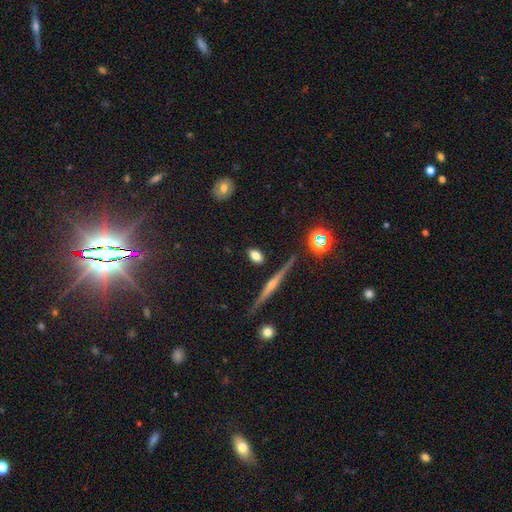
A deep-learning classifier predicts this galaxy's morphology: Smooth or featured? Predicted: smooth (p=0.74). How rounded? Predicted: in between (p=0.80). Merging? Predicted: none (p=0.84).